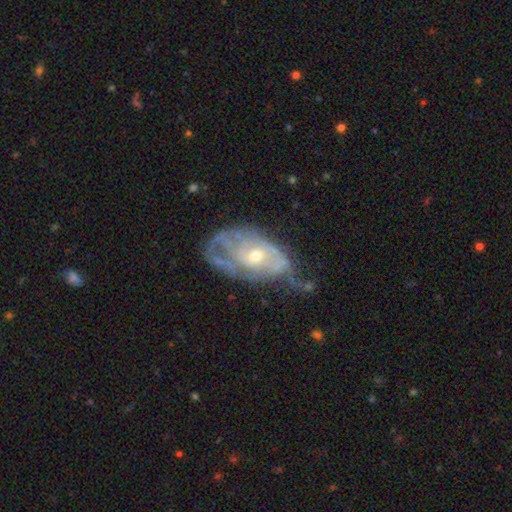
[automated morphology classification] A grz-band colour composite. It shows a featured or disk galaxy (75%) with no bar (75%), spiral arms (70%) and a moderate central bulge (48%, tied with small). Merging: none (36%).